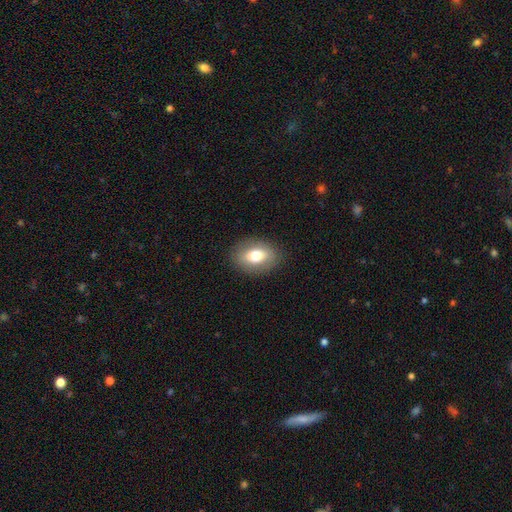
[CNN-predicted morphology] smooth-or-featured: smooth: 71% | featured or disk: 21% | star or artifact: 8%
  how-rounded: in between: 81% | round: 18% | cigar-shaped: 2%
  merging: none: 86% | minor disturbance: 9% | major disturbance: 3% | merger: 1%